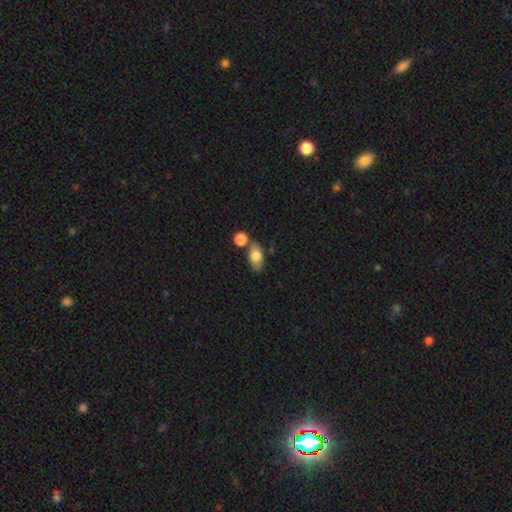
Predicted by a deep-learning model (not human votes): Smooth or featured?
  - smooth: 73% *
  - featured or disk: 19%
  - star or artifact: 8%
How rounded?
  - in between: 84% *
  - round: 13%
  - cigar-shaped: 3%
Merging?
  - none: 60% *
  - merger: 19%
  - minor disturbance: 16%
  - major disturbance: 5%